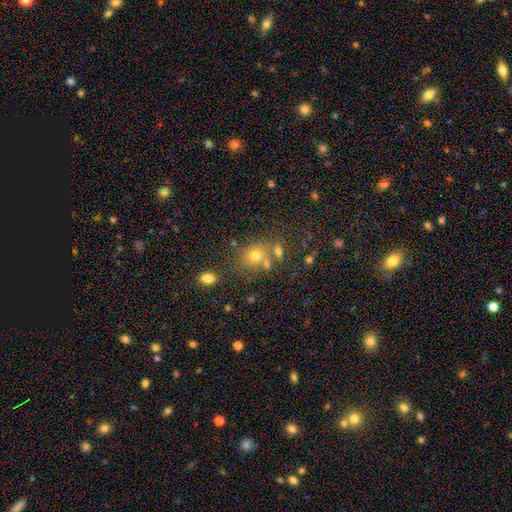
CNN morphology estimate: This appears to be a smooth galaxy with no disk features (66%) that is round (59%). Merging: none (59%).